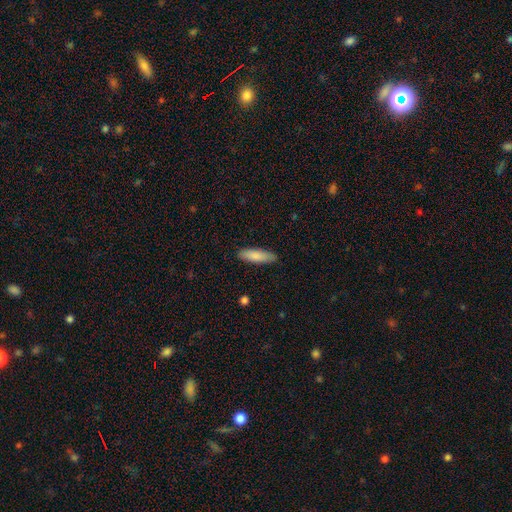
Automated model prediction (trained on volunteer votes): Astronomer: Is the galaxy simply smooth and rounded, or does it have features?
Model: smooth — 84%.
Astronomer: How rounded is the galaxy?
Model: cigar-shaped — 60% (runner-up: in between, 39%).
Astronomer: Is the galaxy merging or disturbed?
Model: none — 88%.